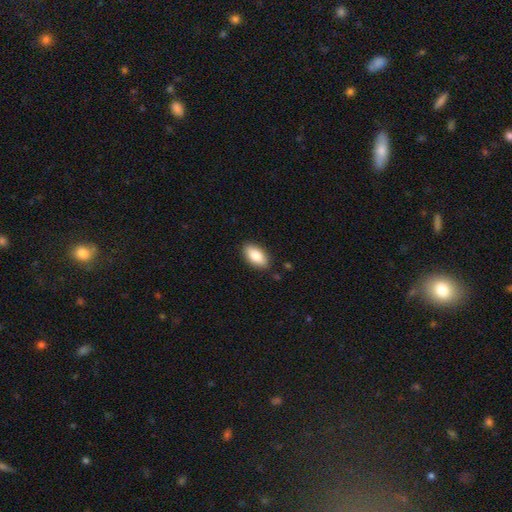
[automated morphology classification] This is clearly a smooth galaxy (82%). How rounded: clearly in between (92%). Merging: clearly none (87%).